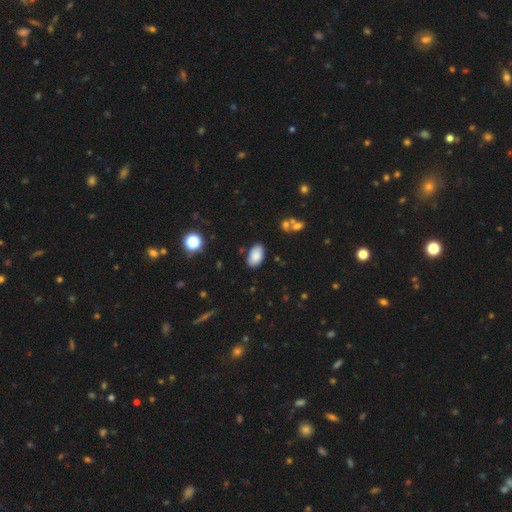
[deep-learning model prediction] smooth_or_featured: smooth (p=0.86) [alt: star or artifact p=0.08]
how_rounded: in between (p=0.94) [alt: round p=0.05]
merging: none (p=0.81) [alt: minor disturbance p=0.13]